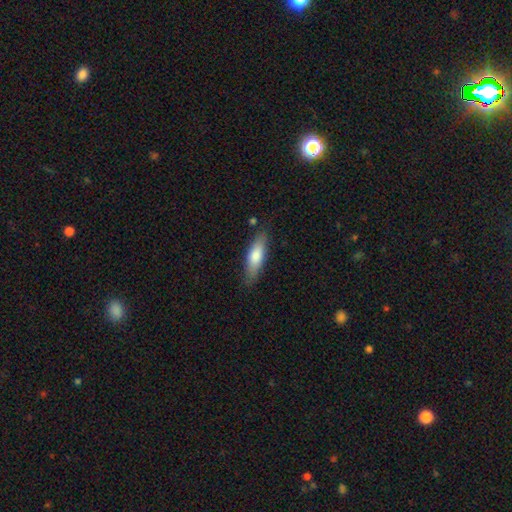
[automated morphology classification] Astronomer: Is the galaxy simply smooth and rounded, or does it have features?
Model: smooth — 74%.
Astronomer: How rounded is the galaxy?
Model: in between — 49%, tied with cigar-shaped at 49%.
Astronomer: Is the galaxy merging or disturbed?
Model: none — 80%.